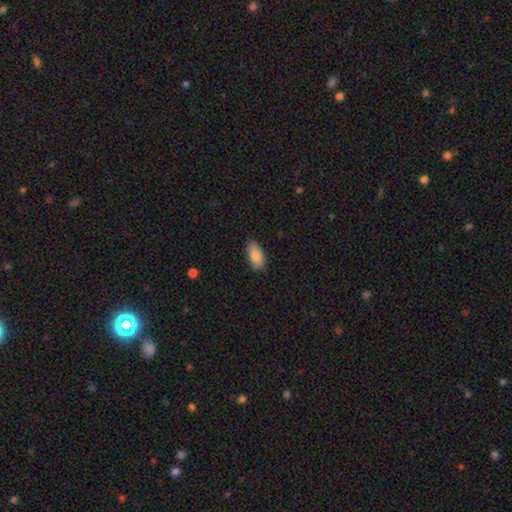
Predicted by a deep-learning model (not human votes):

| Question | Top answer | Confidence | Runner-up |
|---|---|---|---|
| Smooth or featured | smooth | 88% | star or artifact (6%) |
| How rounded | in between | 91% | cigar-shaped (7%) |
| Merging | none | 84% | minor disturbance (12%) |